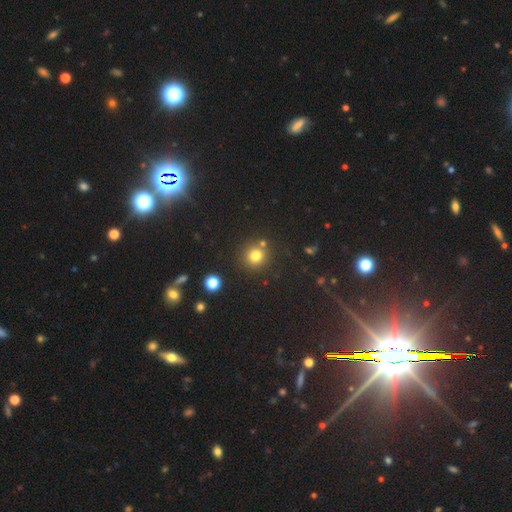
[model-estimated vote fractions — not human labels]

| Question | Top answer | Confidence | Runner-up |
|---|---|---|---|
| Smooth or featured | smooth | 78% | star or artifact (16%) |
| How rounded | round | 92% | in between (7%) |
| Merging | none | 80% | merger (9%) |